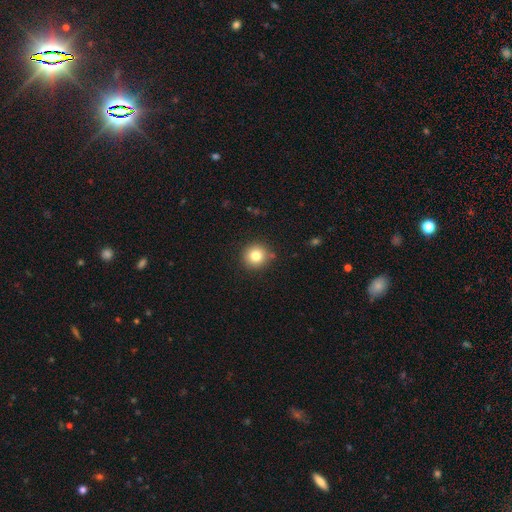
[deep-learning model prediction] This appears to be a smooth galaxy with no disk features (80%) that is round (94%). Merging: none (88%).